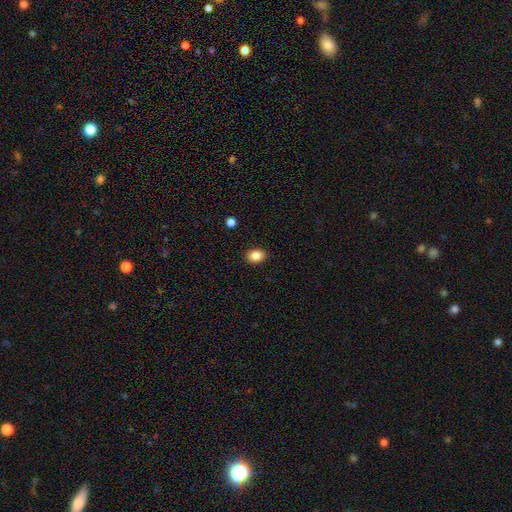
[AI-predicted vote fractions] Morphology: type=smooth (87%); roundness=in between (68%); merging=none (90%).